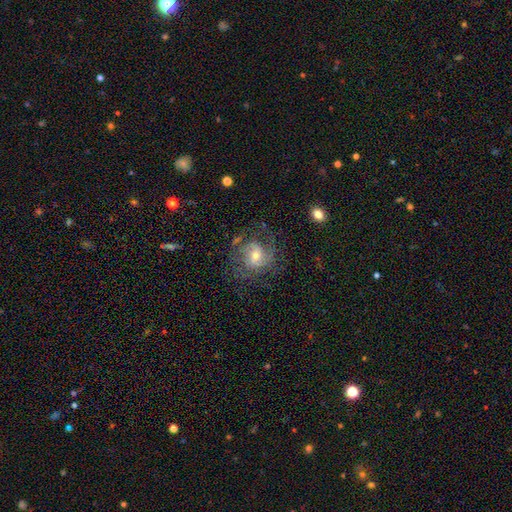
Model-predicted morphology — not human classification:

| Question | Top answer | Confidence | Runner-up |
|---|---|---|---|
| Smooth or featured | featured or disk | 78% | smooth (13%) |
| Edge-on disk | no | 97% | yes (3%) |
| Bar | no | 51% | weak (39%) |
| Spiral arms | yes | 91% | no (9%) |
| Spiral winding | tight | 44% | medium (41%) |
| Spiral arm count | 2 | 35% | can't tell (31%) |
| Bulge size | moderate | 52% | small (42%) |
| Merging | none | 65% | minor disturbance (18%) |